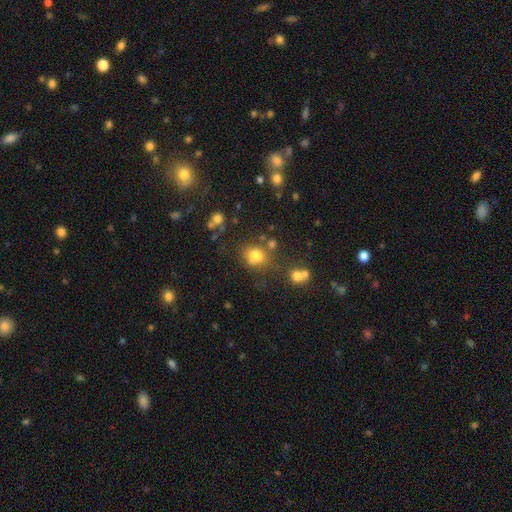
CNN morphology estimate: Overall: smooth (77%). How rounded: round (68%; in between 31%). Merging: none (66%).